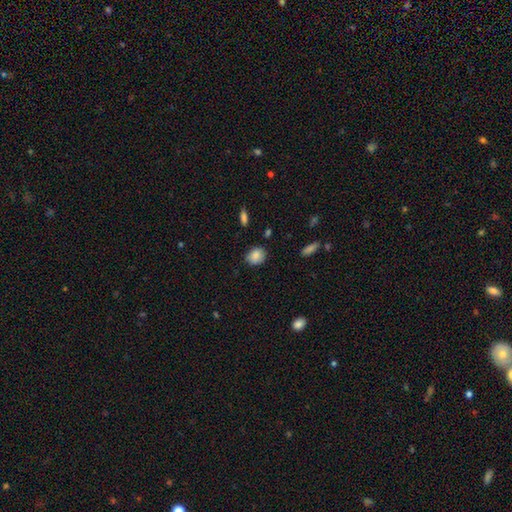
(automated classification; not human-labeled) smooth 85%, star or artifact 8%, featured or disk 7%. Down the decision tree: how rounded — round (57%); merging — none (81%).